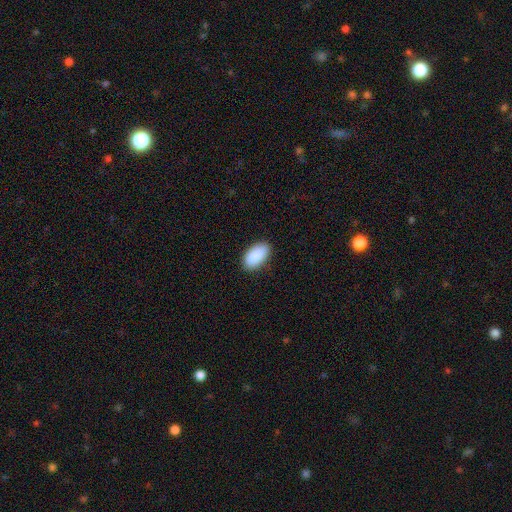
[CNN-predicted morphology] Smooth or featured?
  - smooth: 91% *
  - star or artifact: 6%
  - featured or disk: 3%
How rounded?
  - in between: 95% *
  - round: 3%
  - cigar-shaped: 2%
Merging?
  - none: 87% *
  - minor disturbance: 10%
  - major disturbance: 2%
  - merger: 1%